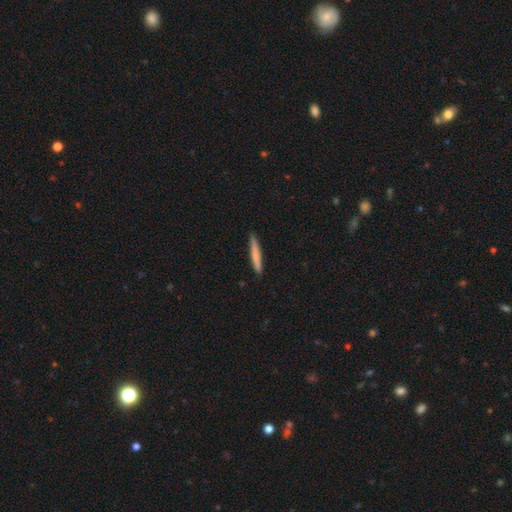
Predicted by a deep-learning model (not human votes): Q: Smooth or featured?
A: smooth (72%); runner-up: featured or disk (23%)
Q: How rounded?
A: cigar-shaped (96%); runner-up: in between (3%)
Q: Merging?
A: none (89%); runner-up: minor disturbance (8%)